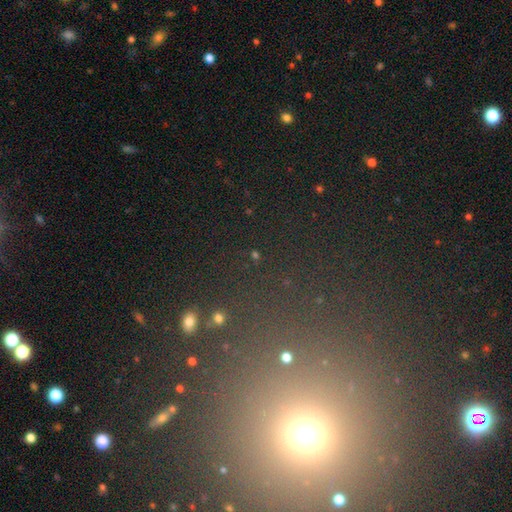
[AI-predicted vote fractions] smooth_or_featured: star or artifact (p=0.56) [alt: smooth p=0.32]